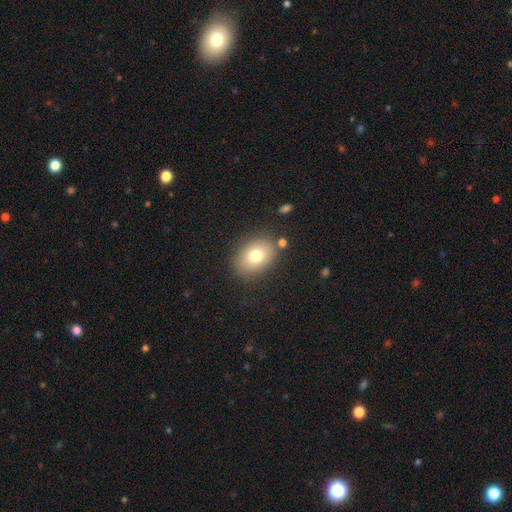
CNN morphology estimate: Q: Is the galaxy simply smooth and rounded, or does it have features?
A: smooth — 76%.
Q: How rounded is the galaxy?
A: in between — 71%.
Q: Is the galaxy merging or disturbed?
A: none — 81%.